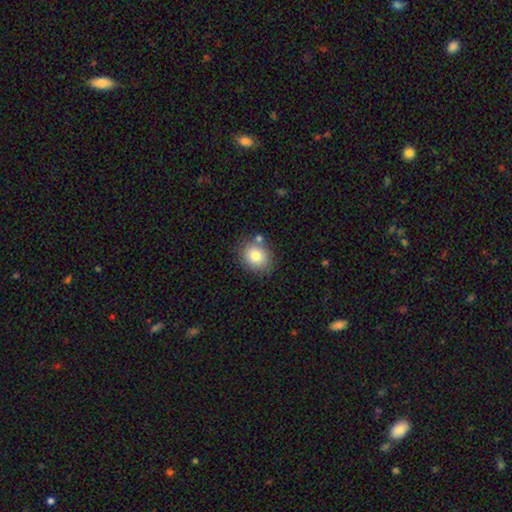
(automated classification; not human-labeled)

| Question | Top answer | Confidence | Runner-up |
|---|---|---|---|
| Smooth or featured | smooth | 80% | featured or disk (10%) |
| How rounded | round | 56% | in between (43%) |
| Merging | none | 74% | minor disturbance (14%) |